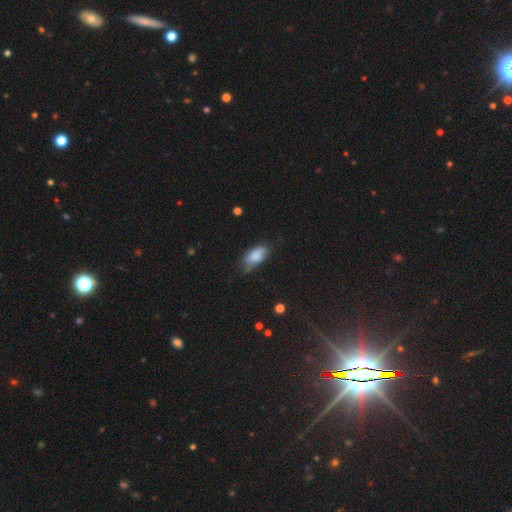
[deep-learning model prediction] Smooth or featured? Predicted: smooth (p=0.83). How rounded? Predicted: in between (p=0.91). Merging? Predicted: none (p=0.57).